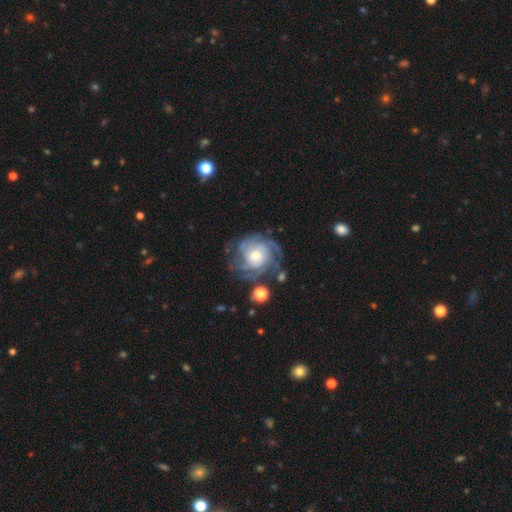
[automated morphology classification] smooth_or_featured: featured or disk (p=0.82) [alt: smooth p=0.11]
disk_edge_on: no (p=0.97) [alt: yes p=0.03]
bar: no (p=0.77) [alt: weak p=0.19]
has_spiral_arms: yes (p=0.94) [alt: no p=0.06]
spiral_winding: tight (p=0.62) [alt: medium p=0.29]
spiral_arm_count: can't tell (p=0.34) [alt: 4 p=0.22]
bulge_size: moderate (p=0.54) [alt: small p=0.36]
merging: none (p=0.70) [alt: minor disturbance p=0.17]